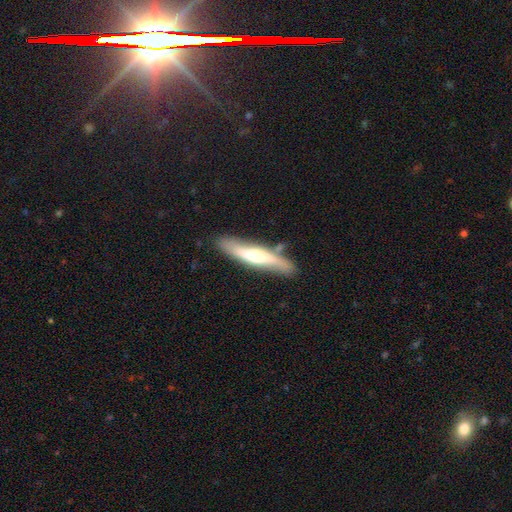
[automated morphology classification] Smooth or featured?
  - featured or disk: 50% *
  - smooth: 45%
  - star or artifact: 5%
Merging?
  - none: 77% *
  - minor disturbance: 14%
  - merger: 5%
  - major disturbance: 3%